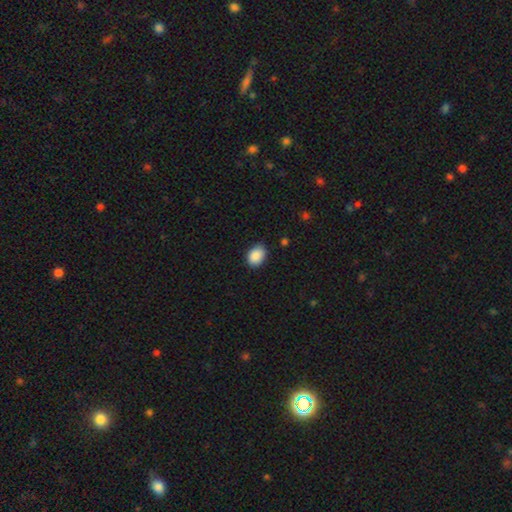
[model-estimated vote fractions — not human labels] A smooth galaxy with no disk features (90%) that is in between round and cigar-shaped (74%). Merging: none (81%).